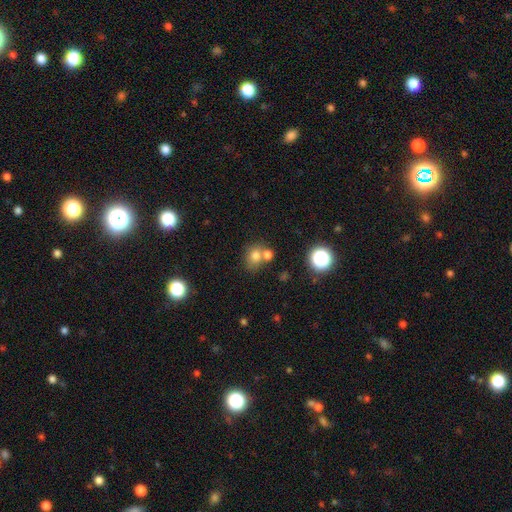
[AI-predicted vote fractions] Overall: smooth (74%). How rounded: round (66%; in between 33%). Merging: none (50%; merger 36%).